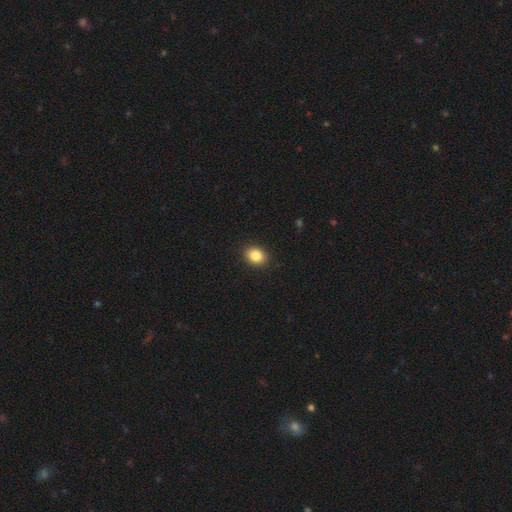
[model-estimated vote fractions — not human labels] Overall: smooth (85%). How rounded: in between (53%; round 46%). Merging: none (90%).